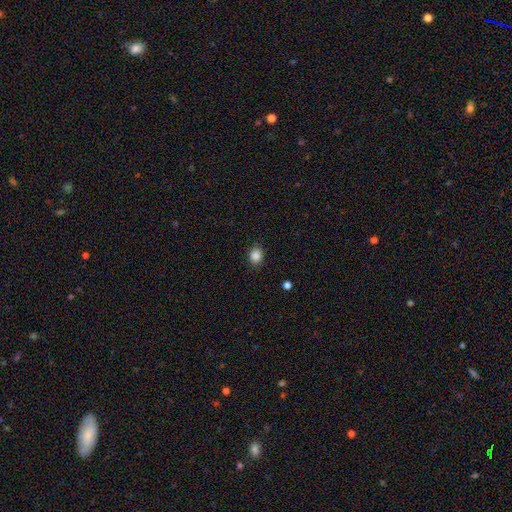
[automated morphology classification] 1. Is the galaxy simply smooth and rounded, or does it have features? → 86% smooth, 10% star or artifact, 4% featured or disk.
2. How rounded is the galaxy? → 57% round, 42% in between, 1% cigar-shaped.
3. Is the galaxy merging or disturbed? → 87% none, 9% minor disturbance, 2% major disturbance, 1% merger.